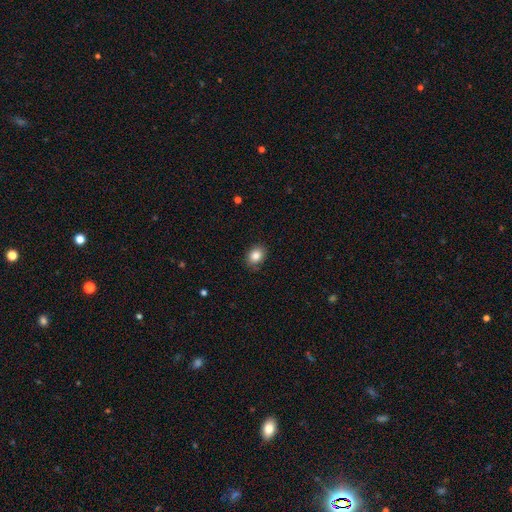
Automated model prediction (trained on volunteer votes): Overall: smooth (85%). How rounded: in between (60%; round 40%). Merging: none (83%).